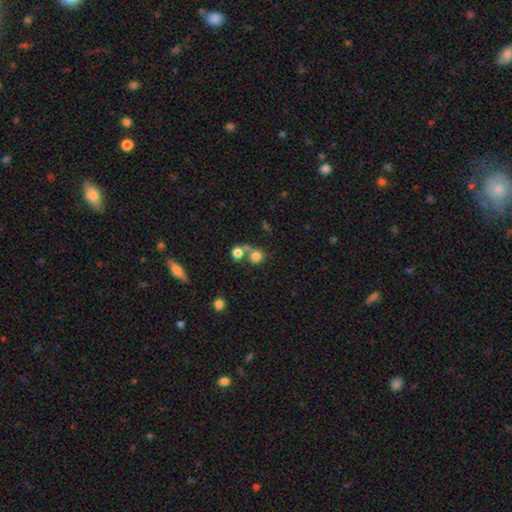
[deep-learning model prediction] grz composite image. It shows a smooth galaxy with no disk features (77%) that is round (84%). Merging: none (51%).